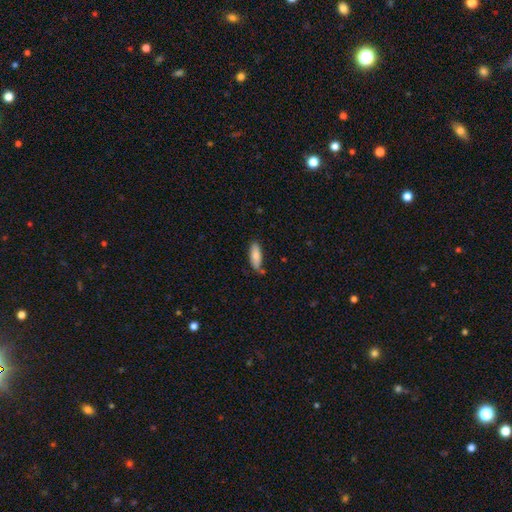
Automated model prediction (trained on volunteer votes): A smooth galaxy with no disk features (82%) that is in between round and cigar-shaped (61%).

Vote fractions:
- Smooth or featured? smooth: 82% / featured or disk: 12% / star or artifact: 6%
- How rounded? in between: 61% / cigar-shaped: 38% / round: 2%
- Merging? none: 72% / minor disturbance: 19% / merger: 6% / major disturbance: 3%